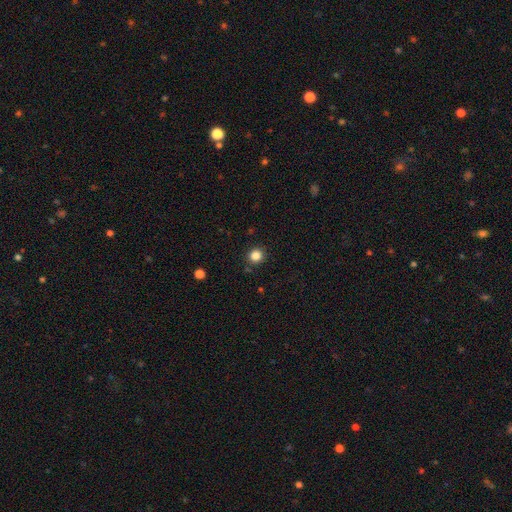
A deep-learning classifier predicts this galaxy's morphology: smooth-or-featured: smooth: 84% | star or artifact: 12% | featured or disk: 4%
  how-rounded: round: 91% | in between: 8% | cigar-shaped: 1%
  merging: none: 90% | minor disturbance: 6% | major disturbance: 2% | merger: 2%